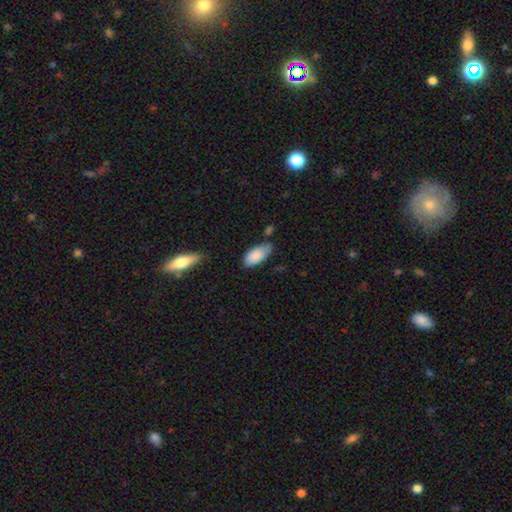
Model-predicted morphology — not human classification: Overall: smooth (86%). How rounded: in between (93%). Merging: none (61%; minor disturbance 29%).